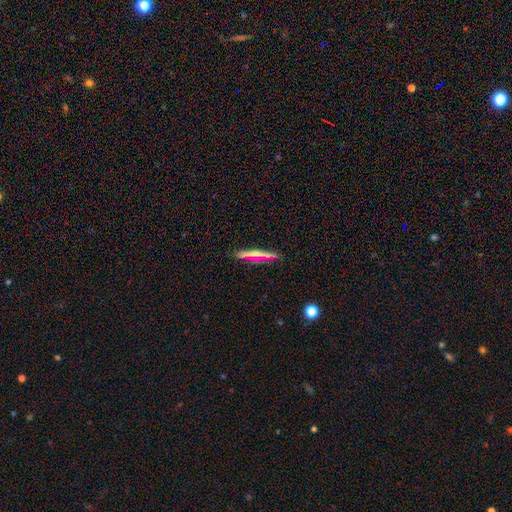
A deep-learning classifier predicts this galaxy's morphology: featured or disk 53%, smooth 38%, star or artifact 9%. Down the decision tree: edge-on disk — yes (96%); edge-on bulge — rounded (65%); merging — none (89%).